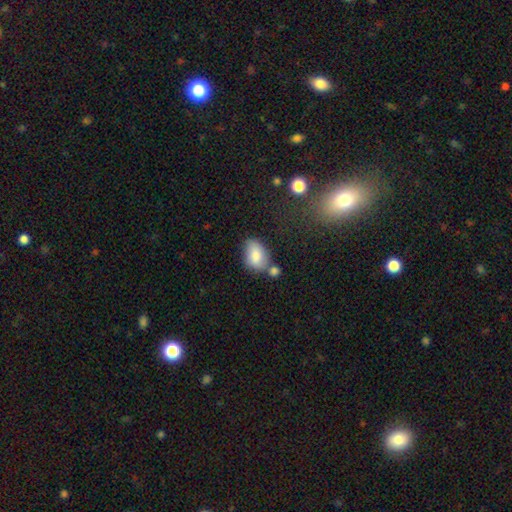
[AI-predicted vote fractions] Morphology: type=smooth (80%); roundness=in between (85%); merging=none (52%).